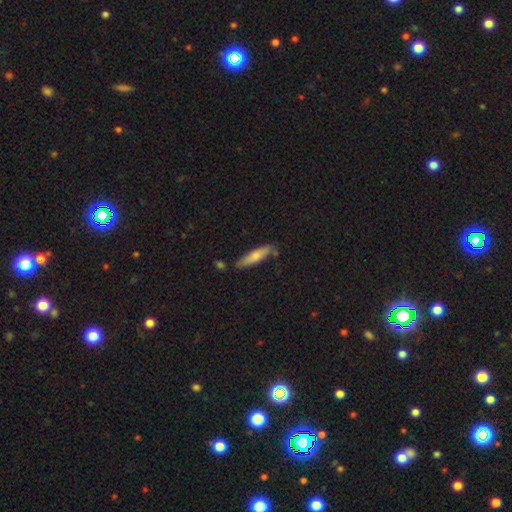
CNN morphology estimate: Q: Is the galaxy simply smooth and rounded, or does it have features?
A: smooth — 70%.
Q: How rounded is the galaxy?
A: cigar-shaped — 78%.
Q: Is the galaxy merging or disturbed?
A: none — 76%.